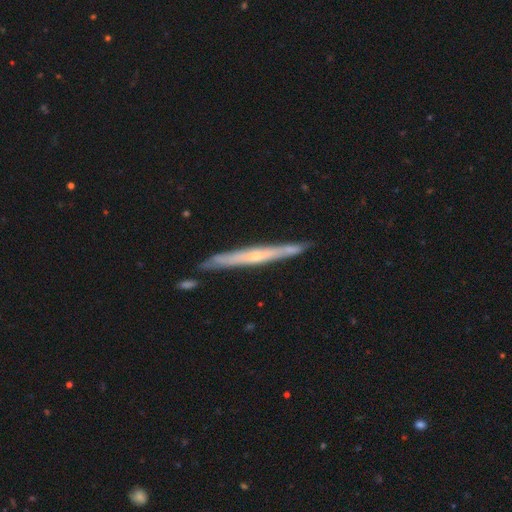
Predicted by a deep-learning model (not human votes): Overall: featured or disk (71%). Edge-on disk: yes (94%). Edge-on bulge: rounded (52%; none 44%). Merging: none (83%).